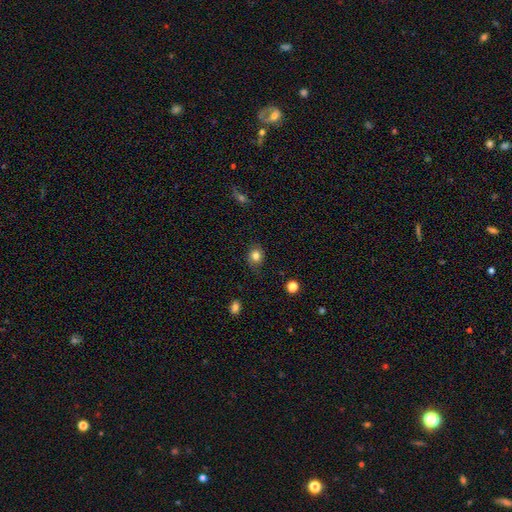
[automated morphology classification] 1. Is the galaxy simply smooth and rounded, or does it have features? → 82% smooth, 11% star or artifact, 7% featured or disk.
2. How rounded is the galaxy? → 70% round, 29% in between, 1% cigar-shaped.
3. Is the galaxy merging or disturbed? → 80% none, 15% minor disturbance, 3% major disturbance, 1% merger.